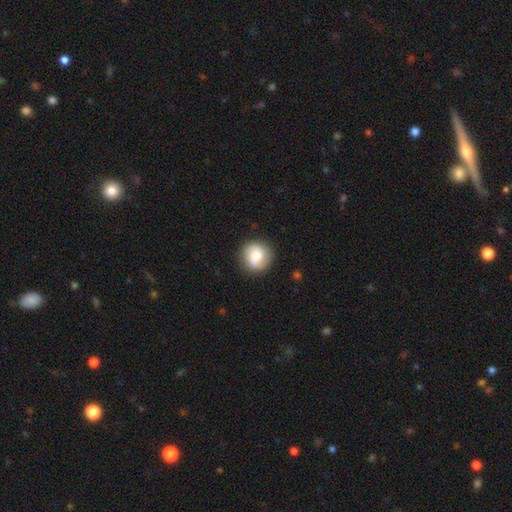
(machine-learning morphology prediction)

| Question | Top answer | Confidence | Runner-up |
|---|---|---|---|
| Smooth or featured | smooth | 66% | featured or disk (26%) |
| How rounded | round | 90% | in between (9%) |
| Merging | none | 86% | minor disturbance (10%) |